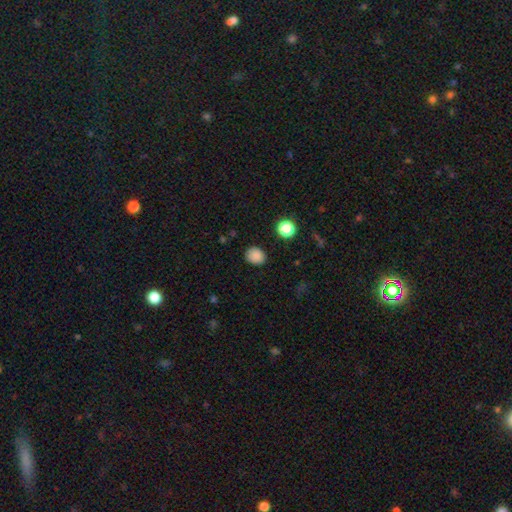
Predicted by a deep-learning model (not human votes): smooth 85%, star or artifact 11%, featured or disk 4%. Down the decision tree: how rounded — round (61%); merging — none (86%).